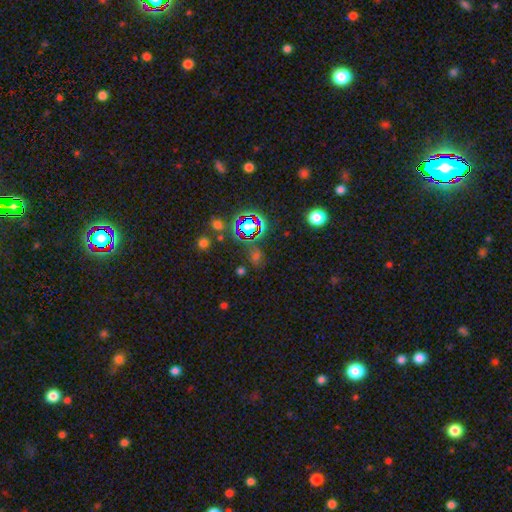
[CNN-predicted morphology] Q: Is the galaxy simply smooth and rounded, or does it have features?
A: star or artifact — 58%.